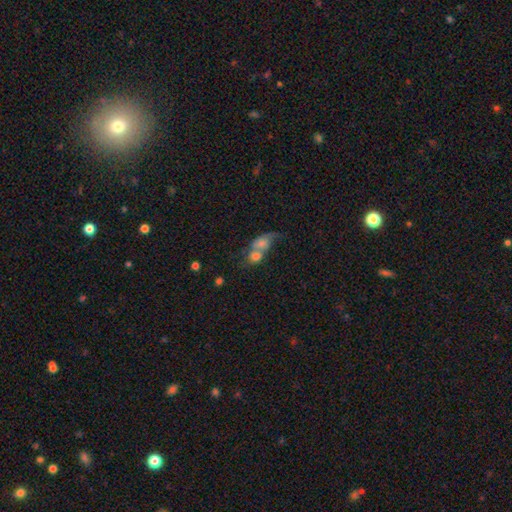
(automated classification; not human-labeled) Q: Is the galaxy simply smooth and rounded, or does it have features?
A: smooth — 66%.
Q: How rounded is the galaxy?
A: in between — 51%.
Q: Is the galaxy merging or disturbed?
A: merger — 73%.